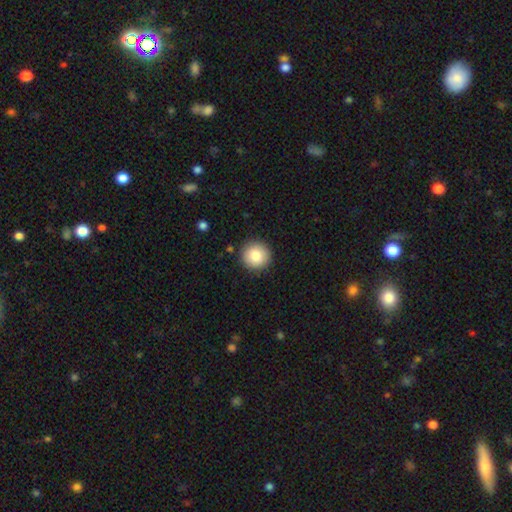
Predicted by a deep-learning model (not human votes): Overall: smooth (84%). How rounded: round (95%). Merging: none (91%).